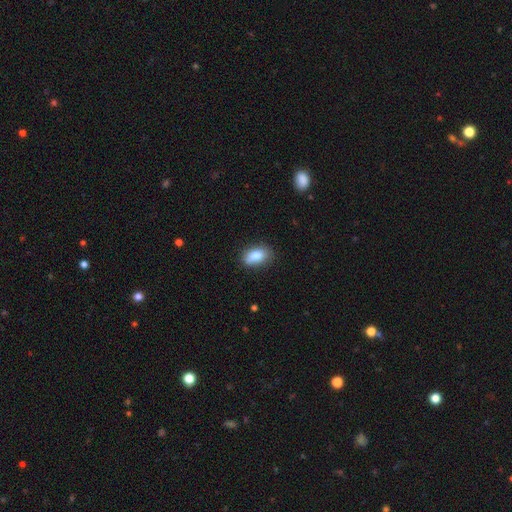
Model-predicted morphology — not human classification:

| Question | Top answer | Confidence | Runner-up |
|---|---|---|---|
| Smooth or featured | smooth | 82% | featured or disk (10%) |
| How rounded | in between | 88% | round (9%) |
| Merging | none | 72% | minor disturbance (22%) |